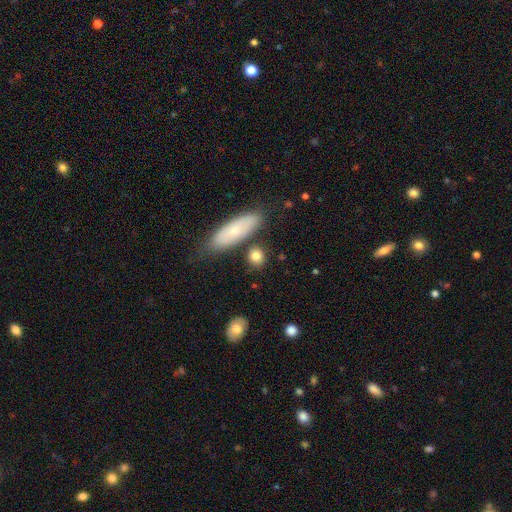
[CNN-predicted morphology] smooth 82%, featured or disk 10%, star or artifact 8%. Down the decision tree: how rounded — round (64%); merging — none (78%).